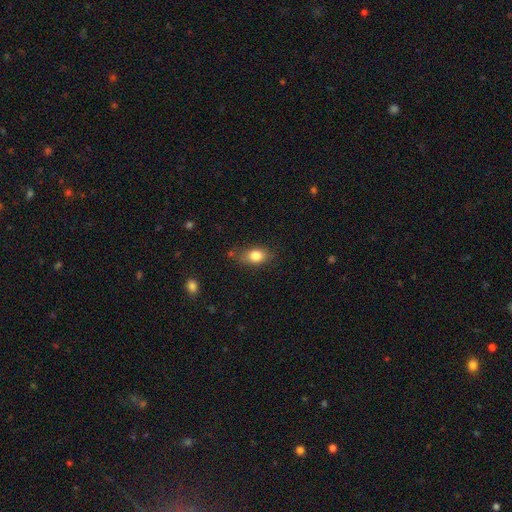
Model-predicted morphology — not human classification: smooth-or-featured: smooth: 82% | featured or disk: 10% | star or artifact: 9%
  how-rounded: in between: 78% | round: 19% | cigar-shaped: 3%
  merging: none: 72% | minor disturbance: 20% | major disturbance: 5% | merger: 3%